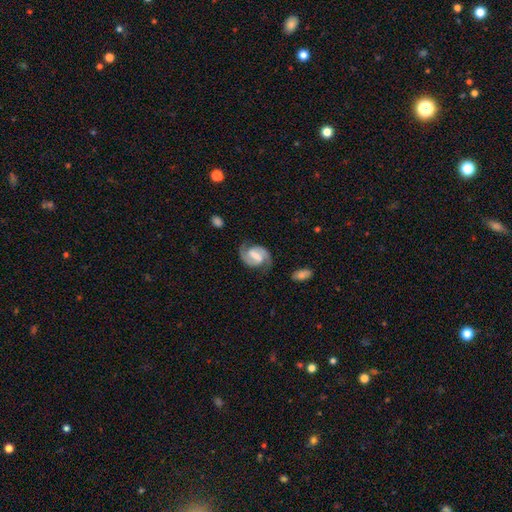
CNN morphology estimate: smooth_or_featured: featured or disk (p=0.87) [alt: smooth p=0.08]
disk_edge_on: no (p=0.98) [alt: yes p=0.02]
bar: strong (p=0.47) [alt: weak p=0.42]
has_spiral_arms: yes (p=0.97) [alt: no p=0.03]
spiral_winding: medium (p=0.55) [alt: tight p=0.32]
spiral_arm_count: 2 (p=0.93) [alt: can't tell p=0.03]
bulge_size: moderate (p=0.35) [alt: small p=0.29]
merging: none (p=0.79) [alt: minor disturbance p=0.14]